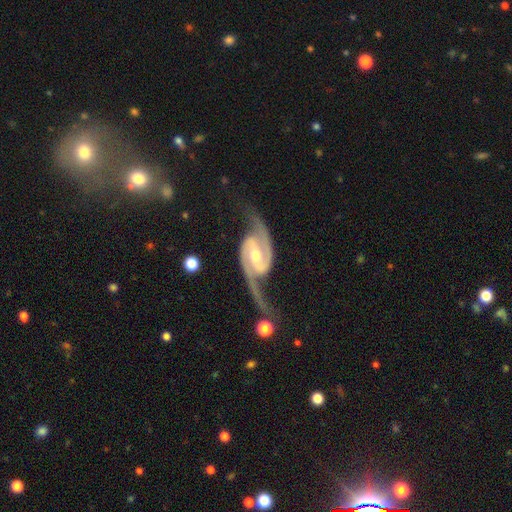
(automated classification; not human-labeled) smooth-or-featured: featured or disk: 93% | star or artifact: 4% | smooth: 3%
  disk-edge-on: no: 97% | yes: 3%
    bar: weak: 45% | strong: 34% | no: 21%
    has-spiral-arms: yes: 98% | no: 2%
      spiral-winding: medium: 49% | loose: 34% | tight: 17%
      spiral-arm-count: 2: 94% | can't tell: 1% | 1: 1% | 3: 1% | 4: 1% | more than 4: 1%
    bulge-size: moderate: 64% | small: 29% | large: 4% | none: 2% | dominant: 1%
  merging: none: 66% | minor disturbance: 17% | major disturbance: 13% | merger: 3%